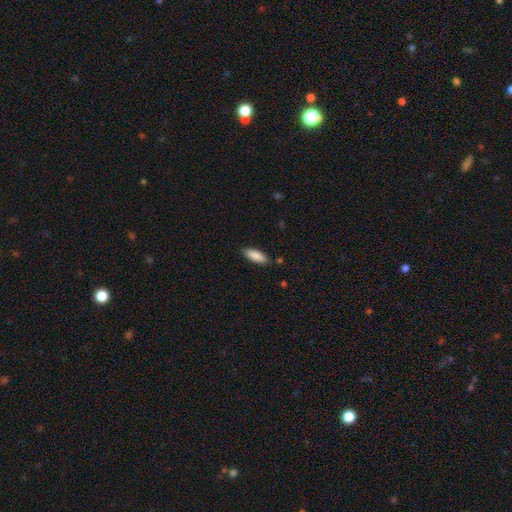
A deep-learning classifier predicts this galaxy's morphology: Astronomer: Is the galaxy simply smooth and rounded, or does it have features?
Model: smooth — 88%.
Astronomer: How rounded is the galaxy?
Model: in between — 71%.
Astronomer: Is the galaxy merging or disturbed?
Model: none — 85%.